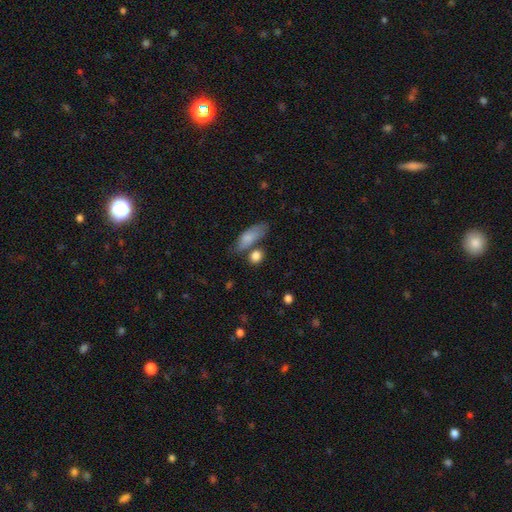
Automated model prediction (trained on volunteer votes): Q: Smooth or featured?
A: smooth (84%); runner-up: star or artifact (8%)
Q: How rounded?
A: round (54%); runner-up: in between (38%)
Q: Merging?
A: none (64%); runner-up: merger (17%)